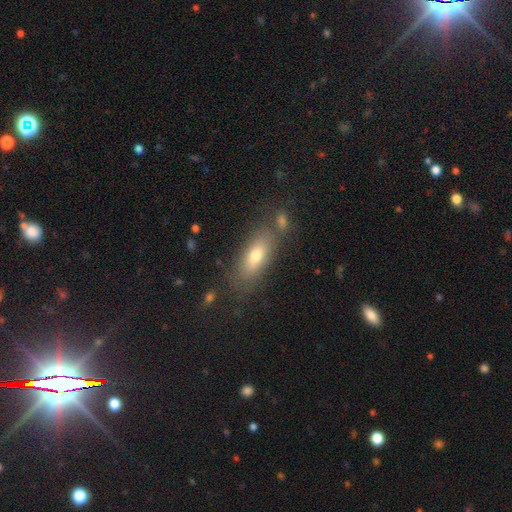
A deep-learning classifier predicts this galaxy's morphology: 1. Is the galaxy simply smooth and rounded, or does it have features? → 68% smooth, 21% featured or disk, 11% star or artifact.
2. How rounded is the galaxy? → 70% in between, 25% cigar-shaped, 5% round.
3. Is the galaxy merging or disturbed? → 72% none, 14% minor disturbance, 10% merger, 5% major disturbance.